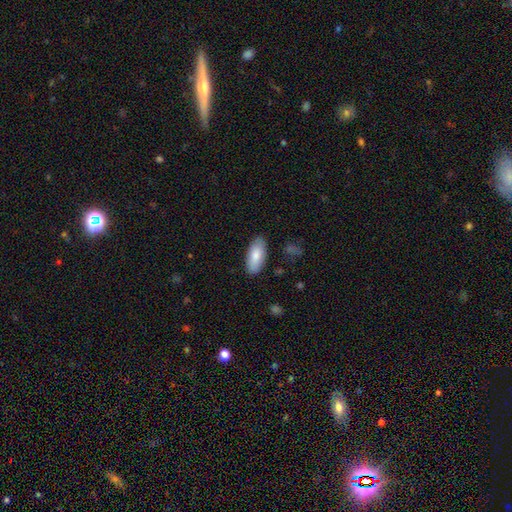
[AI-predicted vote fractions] smooth_or_featured: smooth (p=0.83) [alt: featured or disk p=0.11]
how_rounded: in between (p=0.88) [alt: cigar-shaped p=0.10]
merging: none (p=0.86) [alt: minor disturbance p=0.11]